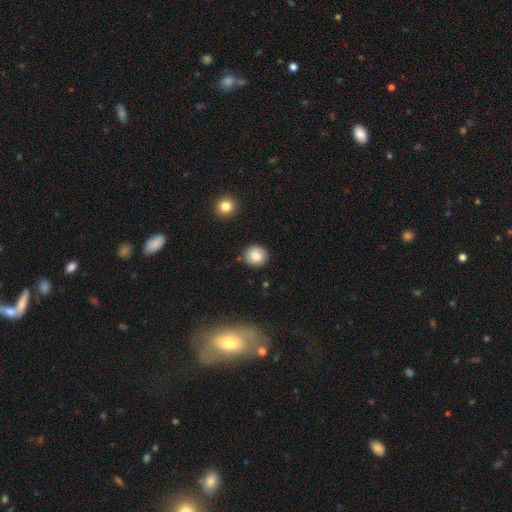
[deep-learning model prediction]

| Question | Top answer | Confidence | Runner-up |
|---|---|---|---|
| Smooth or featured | smooth | 84% | star or artifact (9%) |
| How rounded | round | 90% | in between (9%) |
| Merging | none | 87% | minor disturbance (9%) |